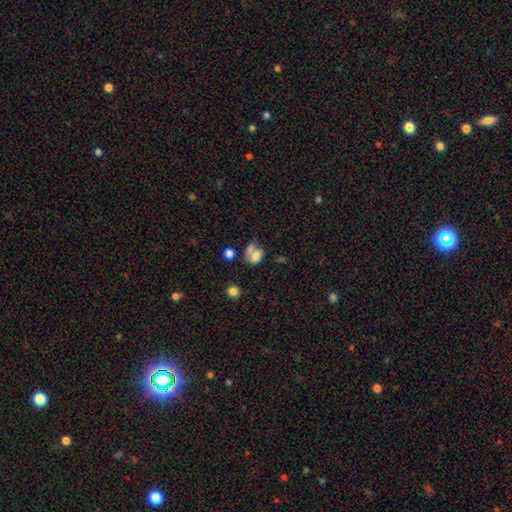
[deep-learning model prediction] smooth_or_featured: smooth (p=0.68) [alt: featured or disk p=0.20]
how_rounded: in between (p=0.64) [alt: round p=0.34]
merging: merger (p=0.40) [alt: none p=0.27]